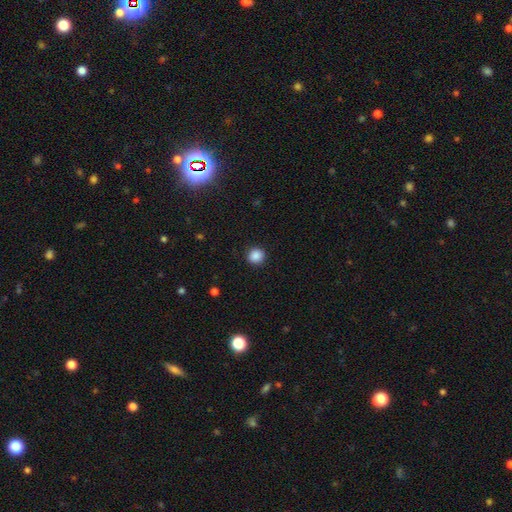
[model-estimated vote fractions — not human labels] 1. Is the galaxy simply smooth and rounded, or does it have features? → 87% smooth, 10% star or artifact, 3% featured or disk.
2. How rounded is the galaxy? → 92% round, 7% in between, 1% cigar-shaped.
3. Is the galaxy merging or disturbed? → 91% none, 6% minor disturbance, 2% major disturbance, 1% merger.